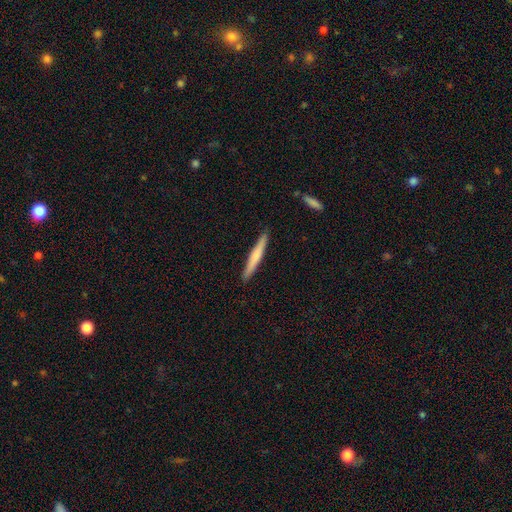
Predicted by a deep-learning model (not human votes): This appears to be a smooth galaxy with no disk features (60%) that is cigar-shaped (96%). Merging: none (91%).